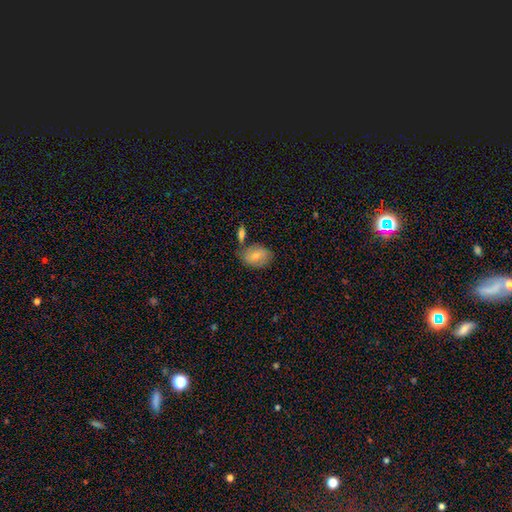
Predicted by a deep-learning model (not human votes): Q: Smooth or featured?
A: smooth (72%); runner-up: featured or disk (21%)
Q: How rounded?
A: in between (76%); runner-up: round (22%)
Q: Merging?
A: none (61%); runner-up: minor disturbance (19%)